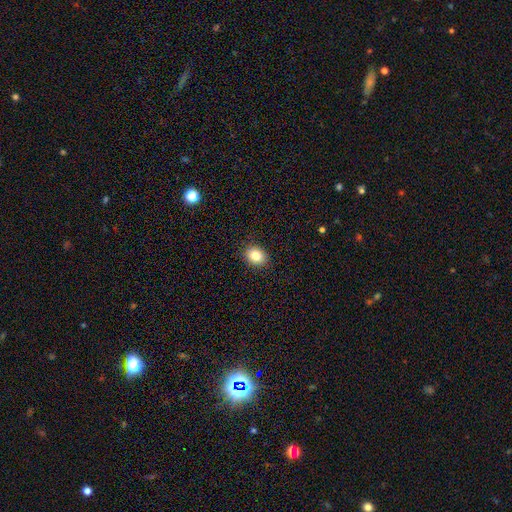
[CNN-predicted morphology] Overall: smooth (84%). How rounded: in between (51%; round 48%). Merging: none (90%).